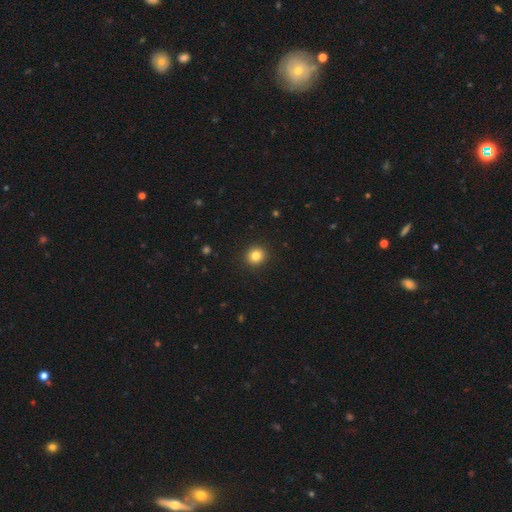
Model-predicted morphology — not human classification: This appears to be a smooth galaxy with no disk features (83%) that is round (89%). Merging: none (93%).